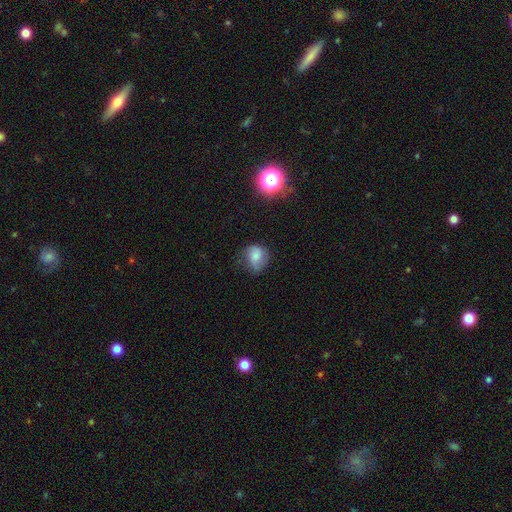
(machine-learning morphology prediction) Smooth or featured? smooth (72%)
How rounded? round (63%)
Merging? none (53%)